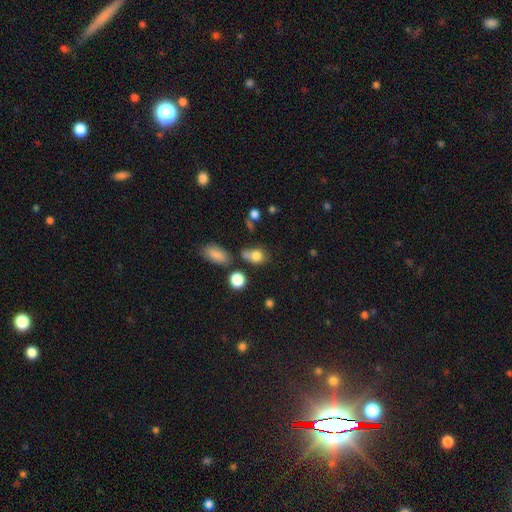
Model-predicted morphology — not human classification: This is likely a smooth galaxy (80%). How rounded: possibly in between (50%). Merging: possibly none (49%).